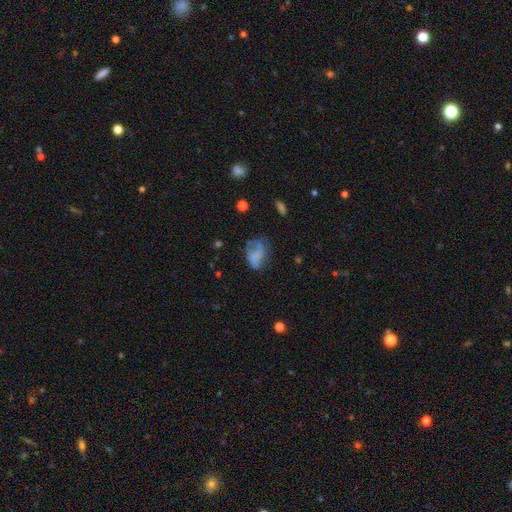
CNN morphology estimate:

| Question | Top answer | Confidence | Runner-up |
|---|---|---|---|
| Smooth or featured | featured or disk | 46% | smooth (42%) |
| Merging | none | 37% | major disturbance (32%) |